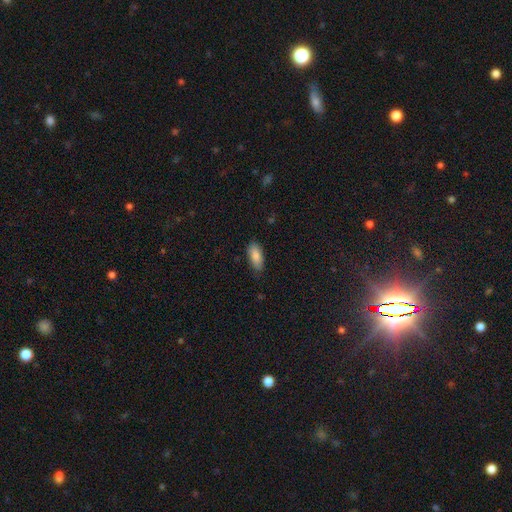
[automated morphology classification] smooth 86%, featured or disk 8%, star or artifact 6%. Down the decision tree: how rounded — in between (85%); merging — none (78%).